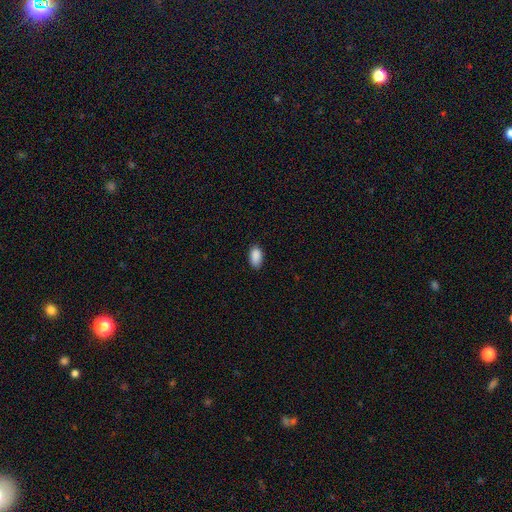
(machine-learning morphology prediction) smooth_or_featured: smooth (p=0.89) [alt: star or artifact p=0.08]
how_rounded: in between (p=0.93) [alt: round p=0.04]
merging: none (p=0.82) [alt: minor disturbance p=0.15]